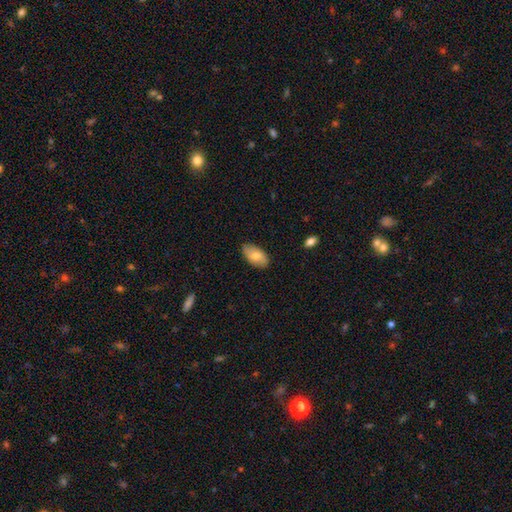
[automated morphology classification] A smooth galaxy with no disk features (74%) that is in between round and cigar-shaped (94%). Merging: none (82%).